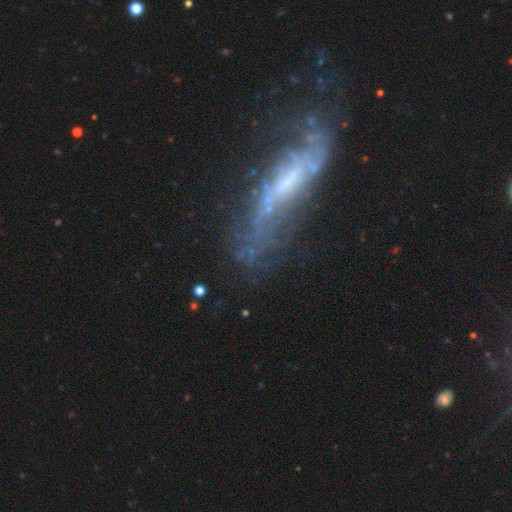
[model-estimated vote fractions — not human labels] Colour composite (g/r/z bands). It shows a featured or disk galaxy (67%). Merging: none (50%).